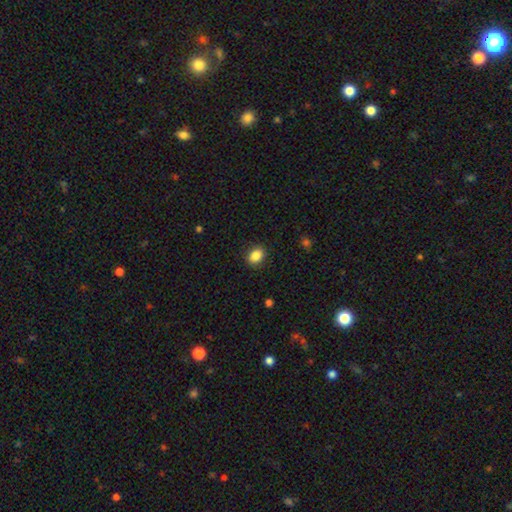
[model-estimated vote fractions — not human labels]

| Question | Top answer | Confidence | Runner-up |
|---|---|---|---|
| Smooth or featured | smooth | 87% | star or artifact (9%) |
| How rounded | in between | 58% | round (41%) |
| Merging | none | 89% | minor disturbance (8%) |